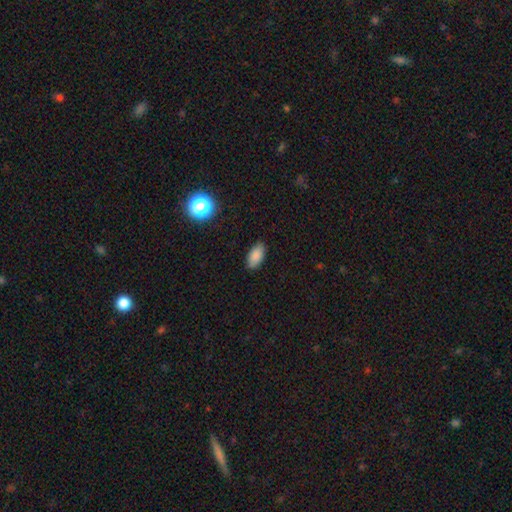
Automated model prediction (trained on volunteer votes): Q: Smooth or featured?
A: smooth (86%); runner-up: star or artifact (9%)
Q: How rounded?
A: in between (92%); runner-up: cigar-shaped (5%)
Q: Merging?
A: none (87%); runner-up: minor disturbance (10%)